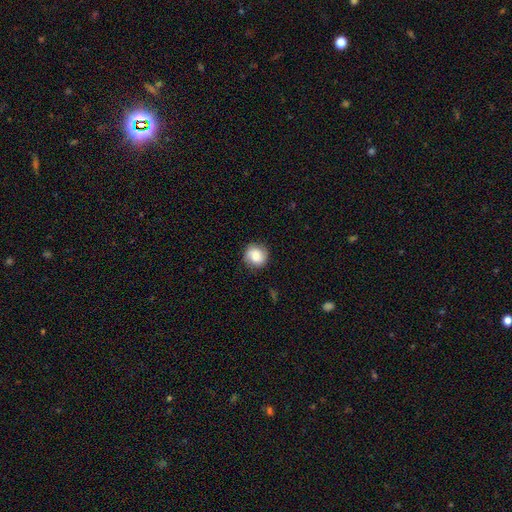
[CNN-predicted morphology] This appears to be a smooth galaxy with no disk features (74%) that is round (88%). Merging: none (85%).